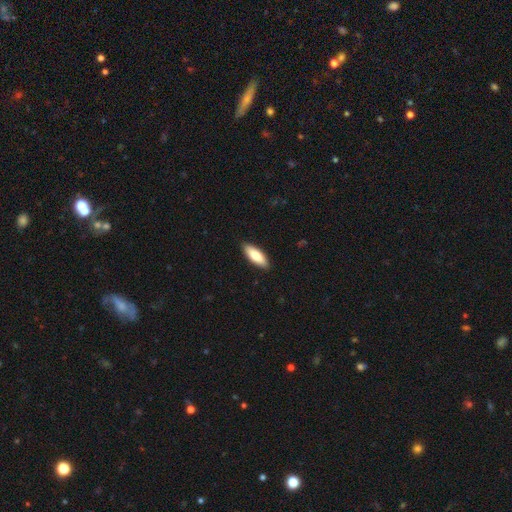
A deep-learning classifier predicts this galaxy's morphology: A smooth galaxy with no disk features (79%) that is in between round and cigar-shaped (62%).

Vote fractions:
- Smooth or featured? smooth: 79% / featured or disk: 15% / star or artifact: 5%
- How rounded? in between: 62% / cigar-shaped: 36% / round: 2%
- Merging? none: 89% / minor disturbance: 9% / major disturbance: 2% / merger: 1%